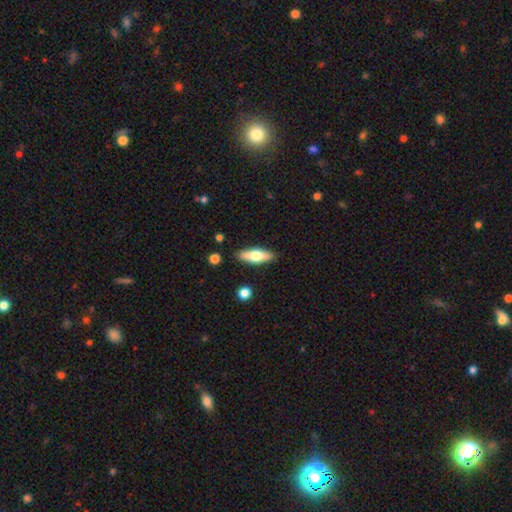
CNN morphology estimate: Q: Smooth or featured?
A: smooth (54%); runner-up: featured or disk (40%)
Q: How rounded?
A: in between (53%); runner-up: cigar-shaped (44%)
Q: Merging?
A: none (88%); runner-up: minor disturbance (8%)